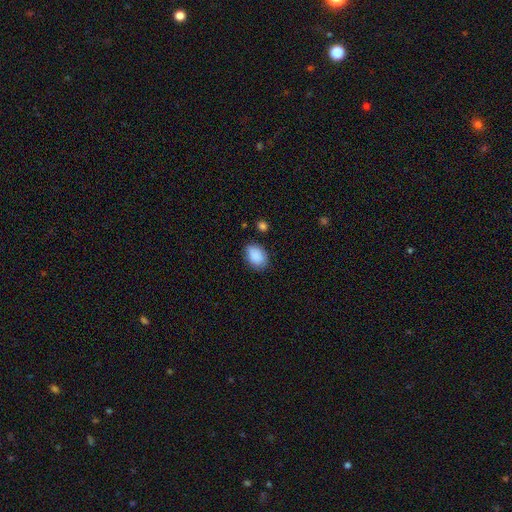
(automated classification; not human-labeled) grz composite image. It shows a smooth galaxy with no disk features (89%) that is in between round and cigar-shaped (84%). Merging: none (77%).